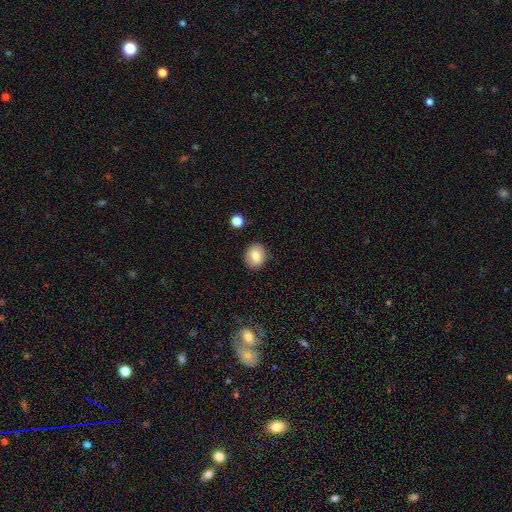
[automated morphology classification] smooth-or-featured: smooth: 84% | star or artifact: 9% | featured or disk: 8%
  how-rounded: round: 71% | in between: 29% | cigar-shaped: 1%
  merging: none: 88% | minor disturbance: 8% | major disturbance: 2% | merger: 2%